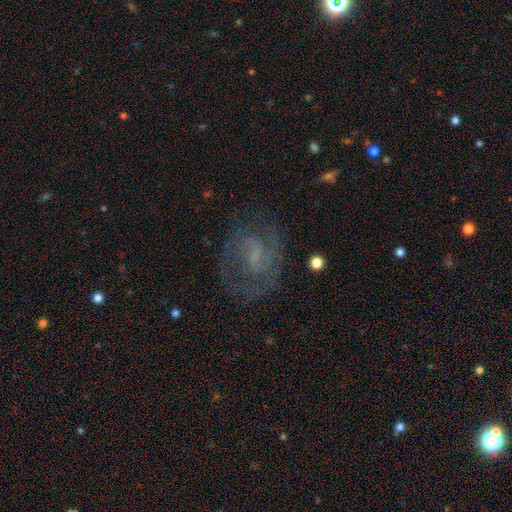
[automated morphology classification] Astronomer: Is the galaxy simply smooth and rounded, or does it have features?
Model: featured or disk — 72%.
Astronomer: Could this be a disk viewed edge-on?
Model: no — 97%.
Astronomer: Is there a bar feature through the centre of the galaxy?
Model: weak — 52% (runner-up: no, 33%).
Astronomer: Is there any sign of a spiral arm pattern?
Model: yes — 86%.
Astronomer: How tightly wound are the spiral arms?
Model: medium — 48% (runner-up: tight, 35%).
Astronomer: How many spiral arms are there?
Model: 2 — 66%.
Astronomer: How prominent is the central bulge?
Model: small — 40%, tied with none at 40%.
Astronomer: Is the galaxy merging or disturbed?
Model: none — 68%.